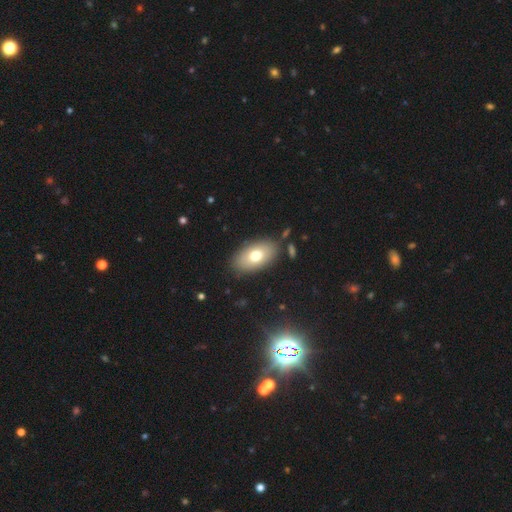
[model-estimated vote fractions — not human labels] A smooth galaxy with no disk features (72%) that is in between round and cigar-shaped (92%).

Vote fractions:
- Smooth or featured? smooth: 72% / featured or disk: 20% / star or artifact: 8%
- How rounded? in between: 92% / round: 6% / cigar-shaped: 2%
- Merging? none: 84% / minor disturbance: 10% / major disturbance: 3% / merger: 3%